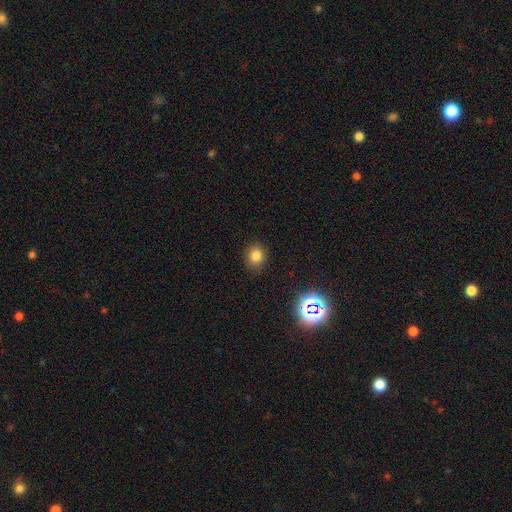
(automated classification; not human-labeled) smooth 80%, star or artifact 14%, featured or disk 6%. Down the decision tree: how rounded — round (74%); merging — none (87%).